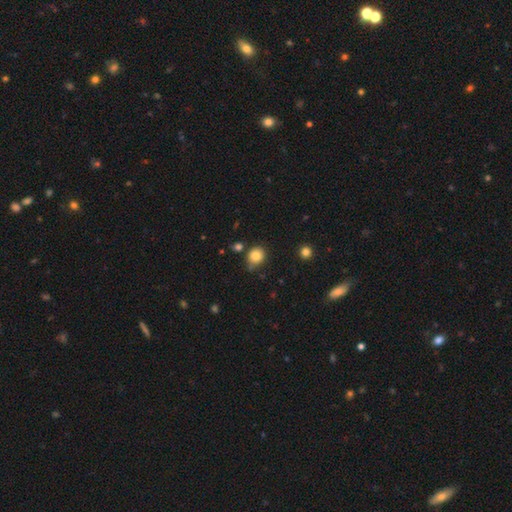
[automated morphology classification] Smooth or featured?
  - smooth: 83% *
  - star or artifact: 11%
  - featured or disk: 6%
How rounded?
  - round: 74% *
  - in between: 26%
  - cigar-shaped: 1%
Merging?
  - none: 68% *
  - minor disturbance: 22%
  - merger: 6%
  - major disturbance: 4%